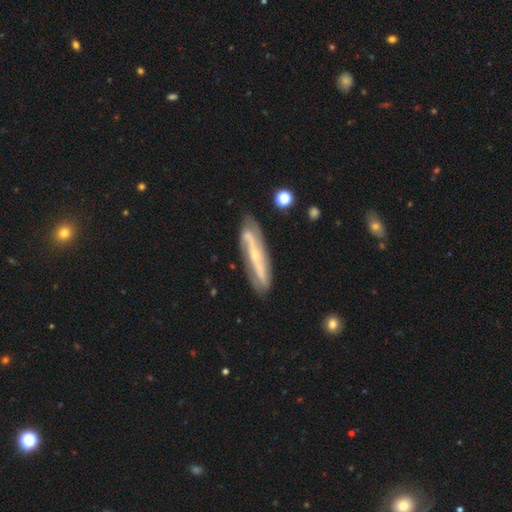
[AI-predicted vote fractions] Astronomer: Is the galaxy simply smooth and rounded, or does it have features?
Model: featured or disk — 76%.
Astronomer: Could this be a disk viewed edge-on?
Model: no — 58% (runner-up: yes, 42%).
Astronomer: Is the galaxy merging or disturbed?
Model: none — 78%.